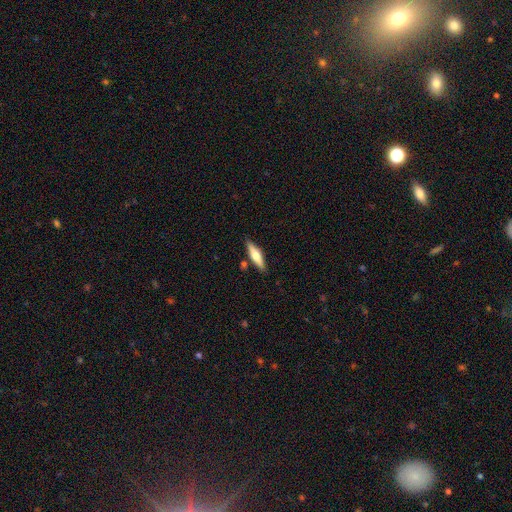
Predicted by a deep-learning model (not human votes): smooth 56%, featured or disk 39%, star or artifact 5%. Down the decision tree: how rounded — cigar-shaped (70%); merging — none (83%).